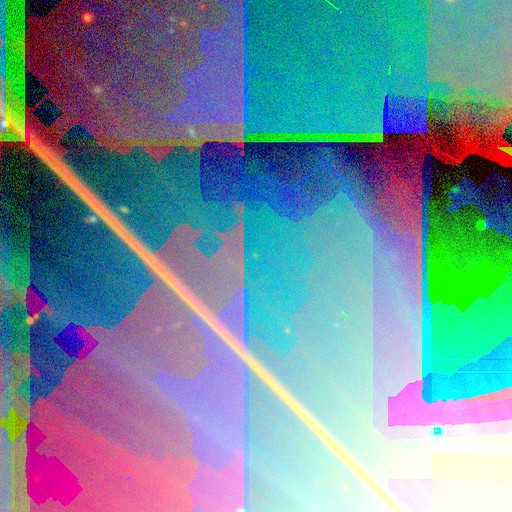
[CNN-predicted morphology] A star or artifact, not a galaxy (88%).

Vote fractions:
- Smooth or featured? star or artifact: 88% / featured or disk: 8% / smooth: 5%